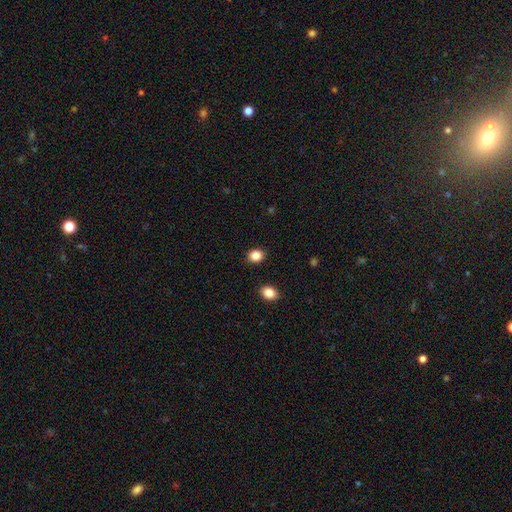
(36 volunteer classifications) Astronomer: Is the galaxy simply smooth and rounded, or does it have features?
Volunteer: smooth — 97%.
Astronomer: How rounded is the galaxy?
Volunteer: round — 80%.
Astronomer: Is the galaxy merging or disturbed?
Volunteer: none — 83%.